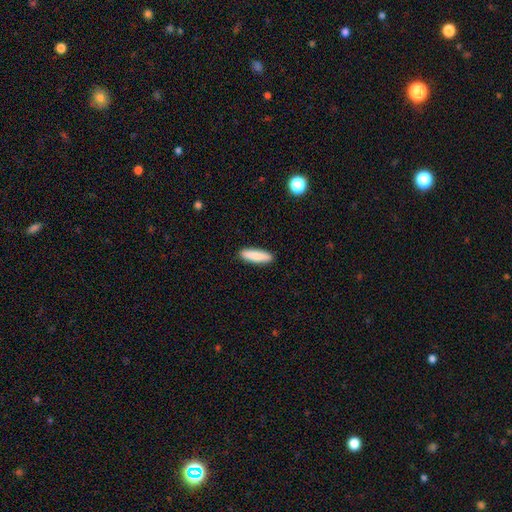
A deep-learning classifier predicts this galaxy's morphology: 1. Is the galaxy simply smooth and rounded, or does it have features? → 84% smooth, 10% featured or disk, 5% star or artifact.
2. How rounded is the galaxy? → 65% cigar-shaped, 33% in between, 2% round.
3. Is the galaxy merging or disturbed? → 90% none, 7% minor disturbance, 2% major disturbance, 1% merger.